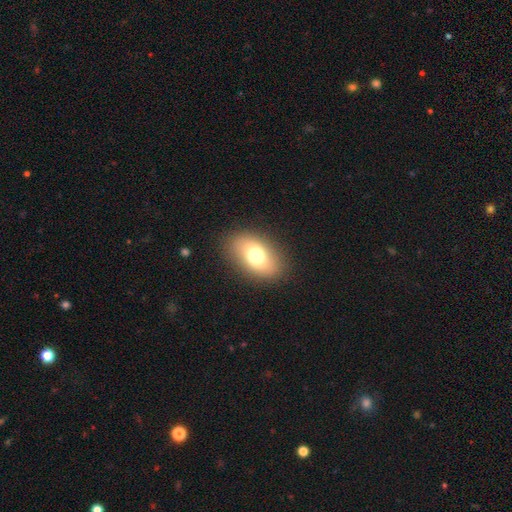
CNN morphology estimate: Smooth or featured? Predicted: smooth (p=0.69). How rounded? Predicted: in between (p=0.83). Merging? Predicted: none (p=0.86).